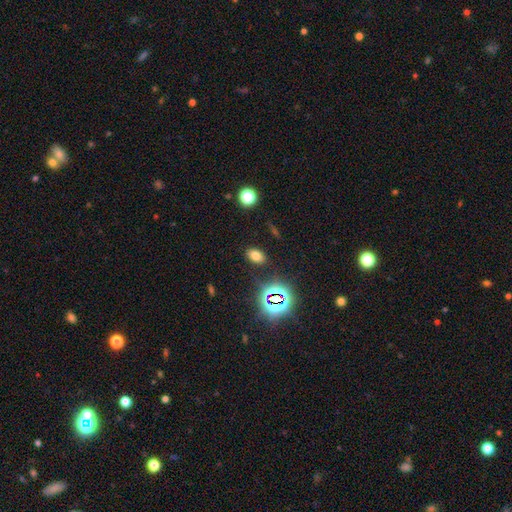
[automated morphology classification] Overall: smooth (68%). How rounded: in between (85%). Merging: none (86%).